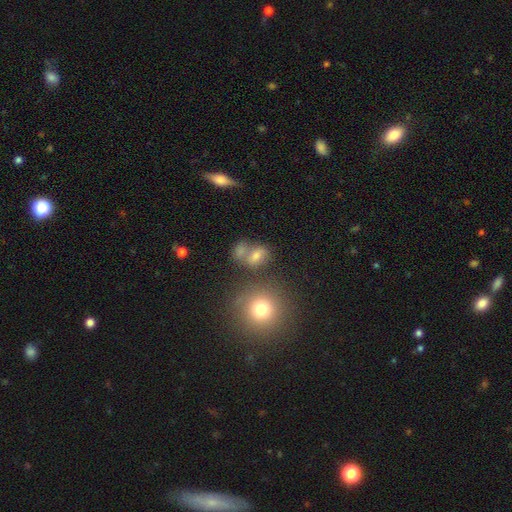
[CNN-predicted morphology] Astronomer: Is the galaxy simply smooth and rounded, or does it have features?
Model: smooth — 63%.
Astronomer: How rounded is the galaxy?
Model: in between — 61%.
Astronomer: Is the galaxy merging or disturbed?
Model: none — 49% (runner-up: merger, 31%).